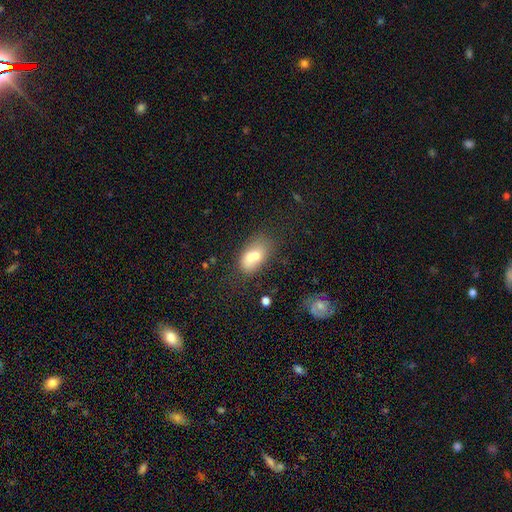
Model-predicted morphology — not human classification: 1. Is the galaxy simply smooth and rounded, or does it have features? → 66% smooth, 24% featured or disk, 10% star or artifact.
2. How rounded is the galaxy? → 81% in between, 17% round, 2% cigar-shaped.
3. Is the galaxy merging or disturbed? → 47% merger, 31% none, 14% minor disturbance, 7% major disturbance.